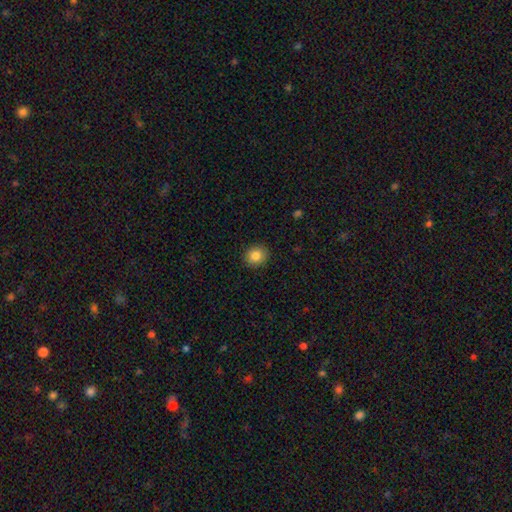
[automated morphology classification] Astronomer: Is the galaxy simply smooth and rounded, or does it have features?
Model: smooth — 84%.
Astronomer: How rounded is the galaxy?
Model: round — 73%.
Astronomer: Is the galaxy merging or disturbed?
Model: none — 91%.